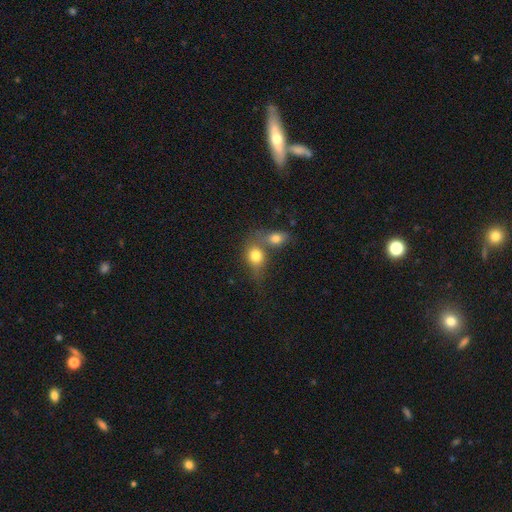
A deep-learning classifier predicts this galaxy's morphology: A smooth galaxy with no disk features (78%) that is in between round and cigar-shaped (52%). Merging: merger (53%).